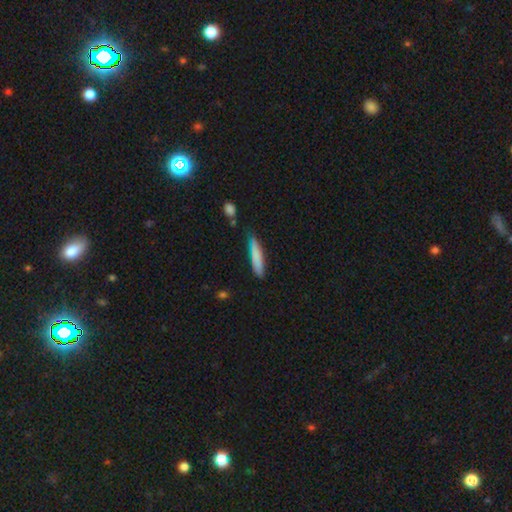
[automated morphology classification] Smooth or featured: smooth — 78% (featured or disk — 16%)
How rounded: cigar-shaped — 87% (in between — 11%)
Merging: none — 71% (minor disturbance — 21%)